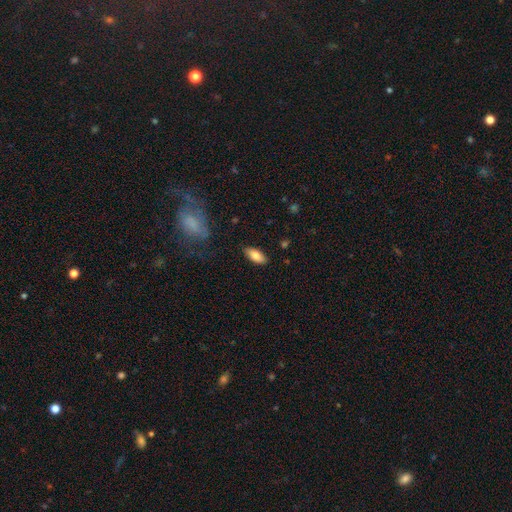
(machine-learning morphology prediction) The model was most divided on "smooth or featured": smooth: 83%, featured or disk: 10%, star or artifact: 7%. More confident: how rounded — in between (87%); merging — none (86%).